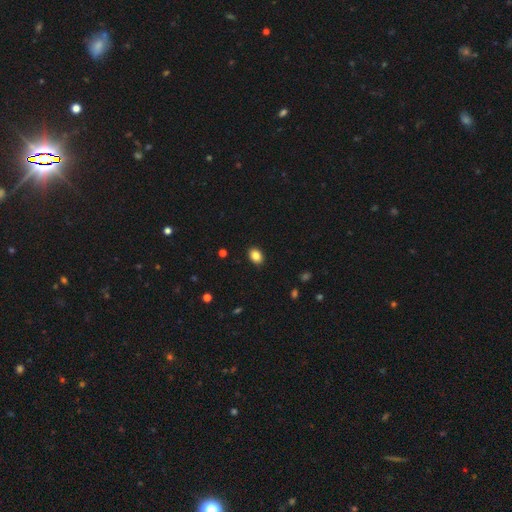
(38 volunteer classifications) Smooth or featured: smooth — 87% (star or artifact — 8%)
How rounded: in between — 67% (round — 33%)
Merging: none — 83% (minor disturbance — 14%)